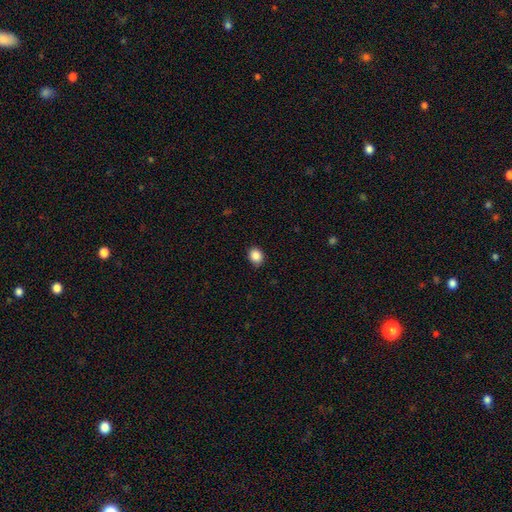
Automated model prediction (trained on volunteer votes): Smooth or featured: smooth — 87% (star or artifact — 10%)
How rounded: round — 66% (in between — 33%)
Merging: none — 88% (minor disturbance — 9%)